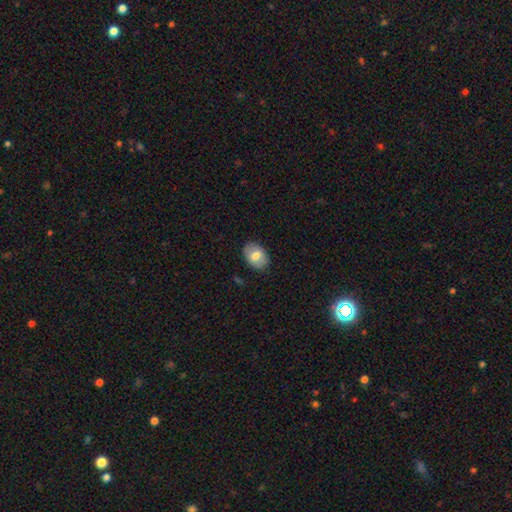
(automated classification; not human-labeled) Smooth or featured? smooth (71%)
How rounded? in between (79%)
Merging? none (86%)